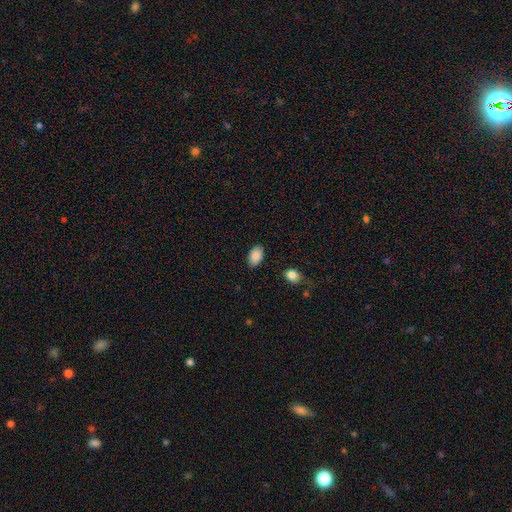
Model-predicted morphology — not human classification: Smooth or featured? smooth (88%)
How rounded? in between (93%)
Merging? none (86%)